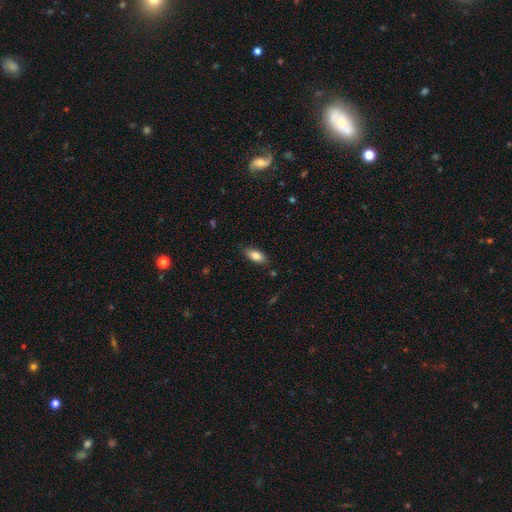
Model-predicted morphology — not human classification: Overall: smooth (82%). How rounded: in between (86%). Merging: none (82%).